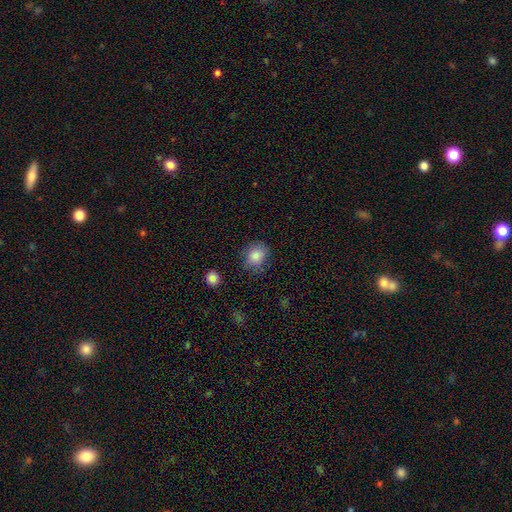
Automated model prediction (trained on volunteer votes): The model was most divided on "how rounded": round: 64%, in between: 35%, cigar-shaped: 1%. More confident: smooth or featured — smooth (84%); merging — none (79%).